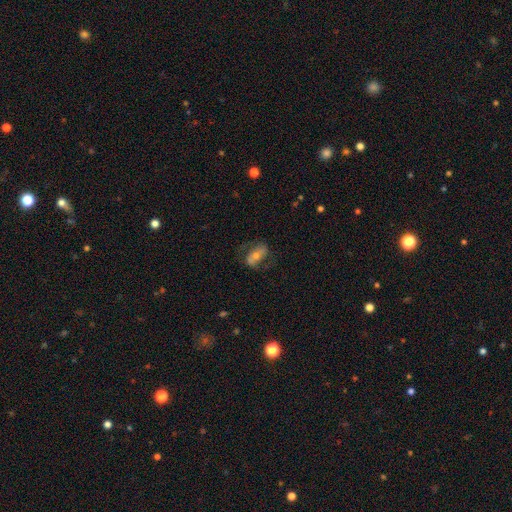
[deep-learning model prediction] smooth-or-featured: featured or disk: 65% | smooth: 24% | star or artifact: 11%
  disk-edge-on: no: 94% | yes: 6%
    bar: no: 40% | weak: 31% | strong: 29%
    has-spiral-arms: yes: 83% | no: 17%
      spiral-winding: medium: 46% | loose: 34% | tight: 20%
      spiral-arm-count: 2: 86% | can't tell: 8% | 1: 3% | 3: 1% | 4: 1% | more than 4: 1%
    bulge-size: moderate: 47% | small: 45% | large: 4% | none: 2% | dominant: 1%
  merging: none: 70% | minor disturbance: 17% | major disturbance: 12% | merger: 2%